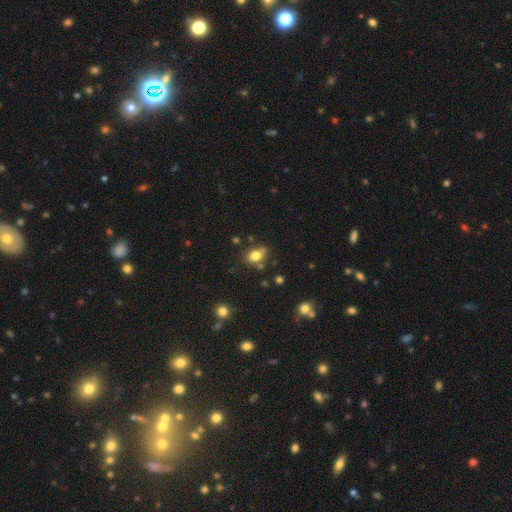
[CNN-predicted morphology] smooth_or_featured: smooth (p=0.79) [alt: star or artifact p=0.11]
how_rounded: in between (p=0.70) [alt: round p=0.28]
merging: none (p=0.65) [alt: minor disturbance p=0.20]